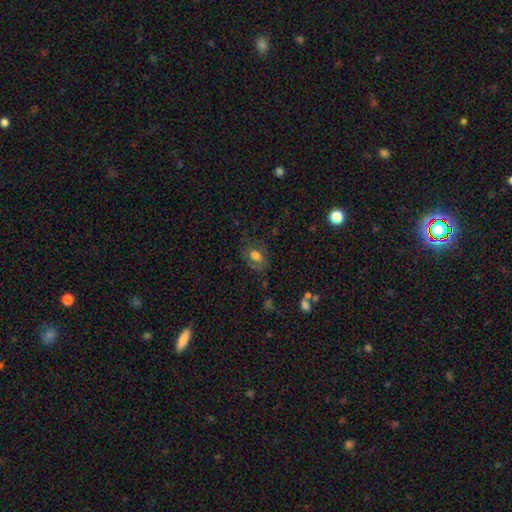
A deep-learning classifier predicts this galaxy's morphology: type=smooth (60%); roundness=in between (71%); merging=none (59%).